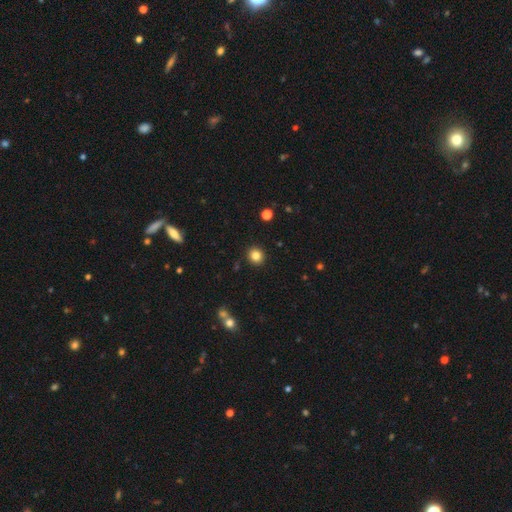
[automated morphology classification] type=smooth (83%); roundness=round (88%); merging=none (91%).